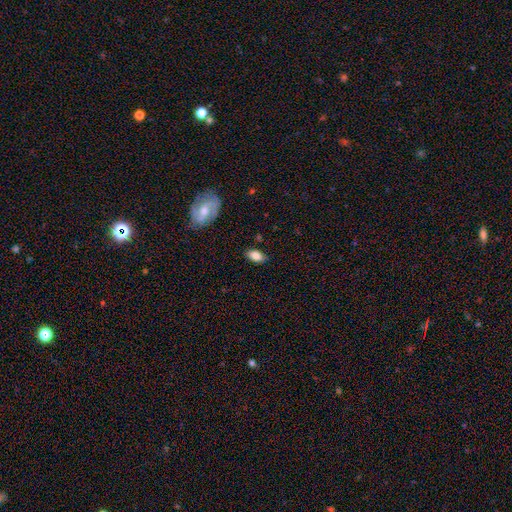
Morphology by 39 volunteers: smooth 79%, featured or disk 18%, star or artifact 3%. Down the decision tree: how rounded — in between (90%); merging — none (82%).